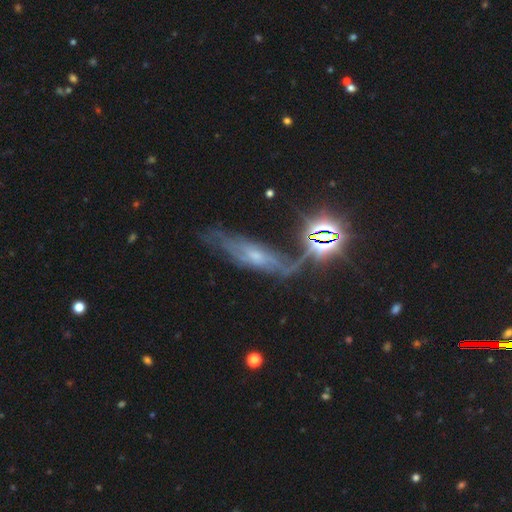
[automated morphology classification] A featured or disk galaxy (57%). Merging: none (54%).